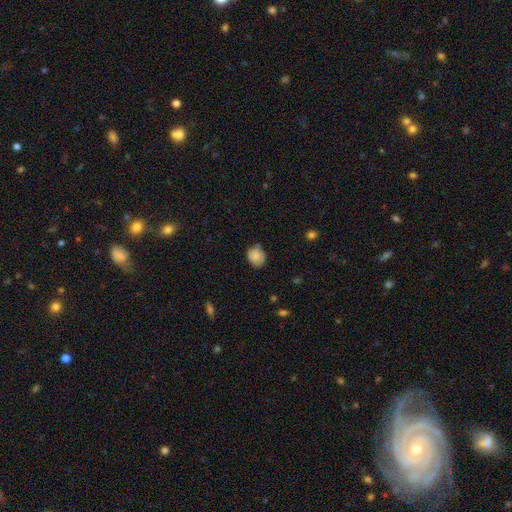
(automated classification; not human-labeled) The model was most divided on "how rounded": round: 64%, in between: 35%, cigar-shaped: 1%. More confident: smooth or featured — smooth (85%); merging — none (68%).